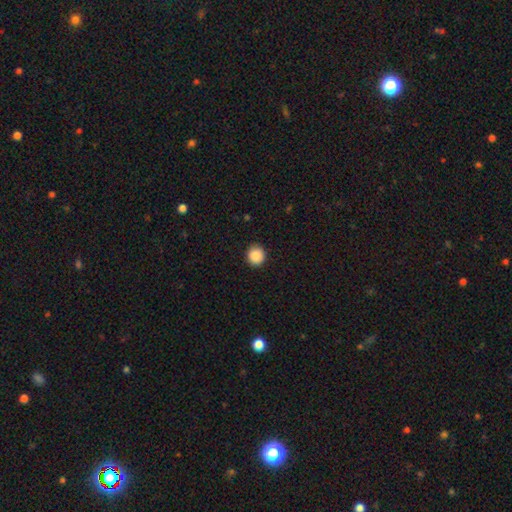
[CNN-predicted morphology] Smooth or featured? smooth (89%)
How rounded? round (89%)
Merging? none (89%)